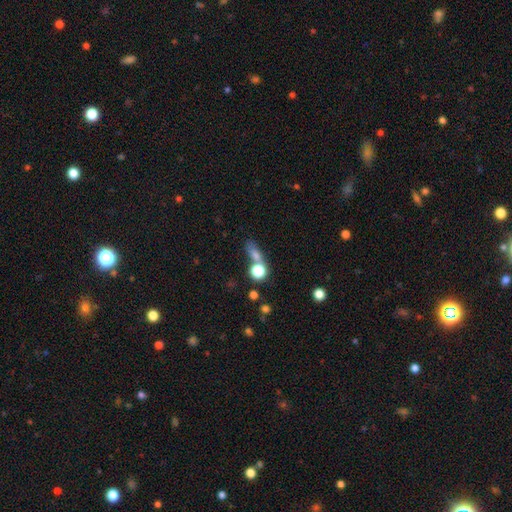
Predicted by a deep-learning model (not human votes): smooth 64%, star or artifact 21%, featured or disk 15%. Down the decision tree: how rounded — in between (43%); merging — none (44%).